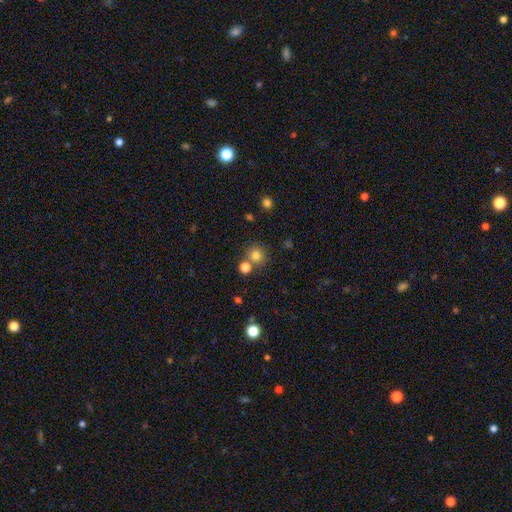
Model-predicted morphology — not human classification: A smooth galaxy with no disk features (78%) that is round (91%).

Vote fractions:
- Smooth or featured? smooth: 78% / star or artifact: 15% / featured or disk: 7%
- How rounded? round: 91% / in between: 8% / cigar-shaped: 1%
- Merging? none: 72% / merger: 18% / minor disturbance: 8% / major disturbance: 3%